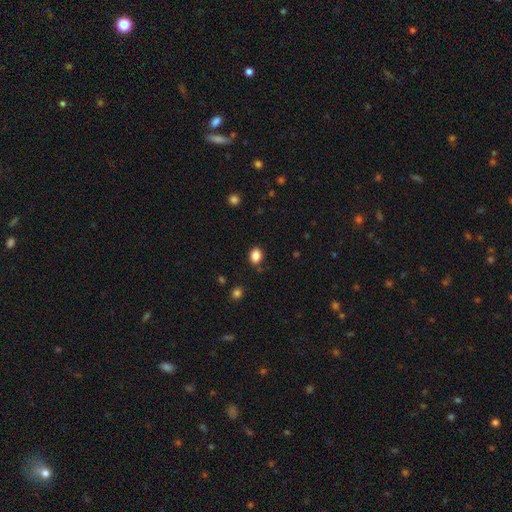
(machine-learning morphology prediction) The model was most divided on "how rounded": in between: 58%, round: 41%, cigar-shaped: 1%. More confident: smooth or featured — smooth (86%); merging — none (81%).